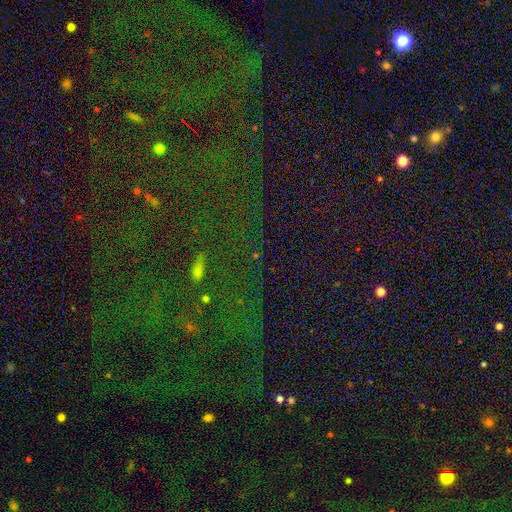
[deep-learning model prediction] The model was most divided on "smooth or featured": star or artifact: 72%, smooth: 18%, featured or disk: 10%.